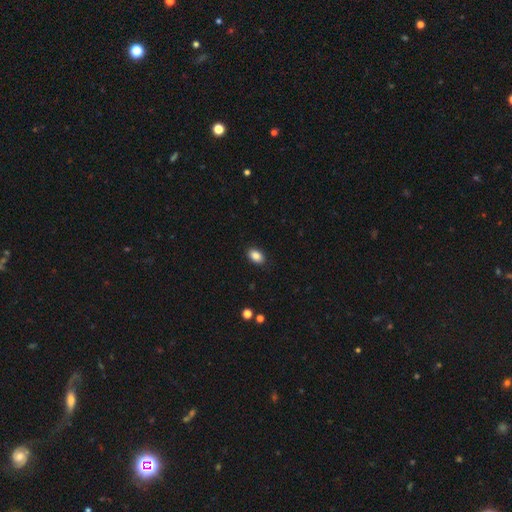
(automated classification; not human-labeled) Smooth or featured?
  - smooth: 87% *
  - star or artifact: 8%
  - featured or disk: 4%
How rounded?
  - in between: 86% *
  - round: 13%
  - cigar-shaped: 1%
Merging?
  - none: 89% *
  - minor disturbance: 8%
  - major disturbance: 2%
  - merger: 1%